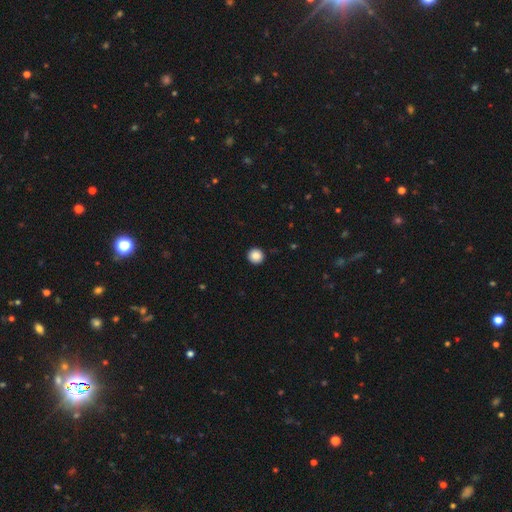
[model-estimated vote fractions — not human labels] Smooth or featured: smooth — 87% (star or artifact — 9%)
How rounded: round — 96% (in between — 3%)
Merging: none — 93% (minor disturbance — 4%)